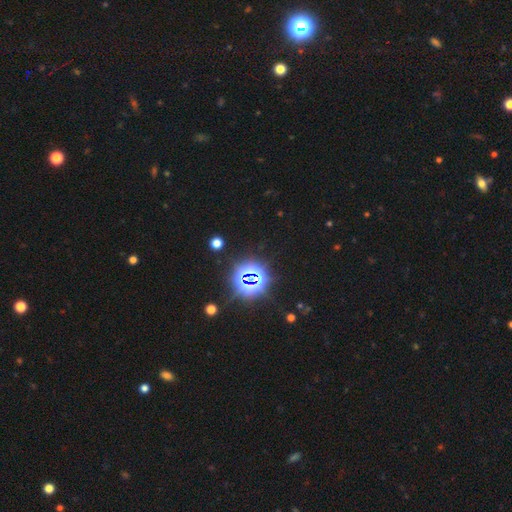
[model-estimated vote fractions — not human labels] Smooth or featured? star or artifact (82%)